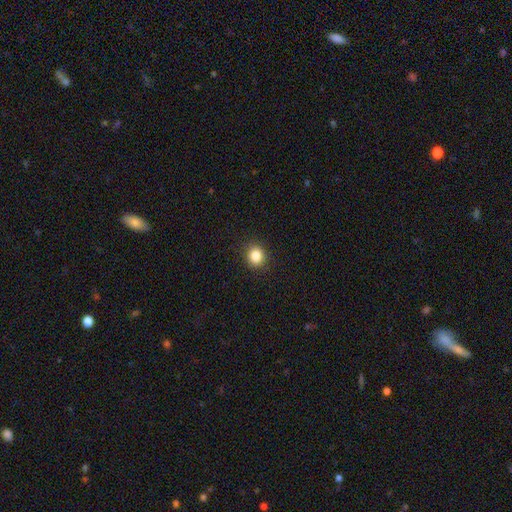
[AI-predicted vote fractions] Smooth or featured?
  - smooth: 85% *
  - star or artifact: 10%
  - featured or disk: 4%
How rounded?
  - round: 74% *
  - in between: 25%
  - cigar-shaped: 1%
Merging?
  - none: 90% *
  - minor disturbance: 7%
  - major disturbance: 2%
  - merger: 1%